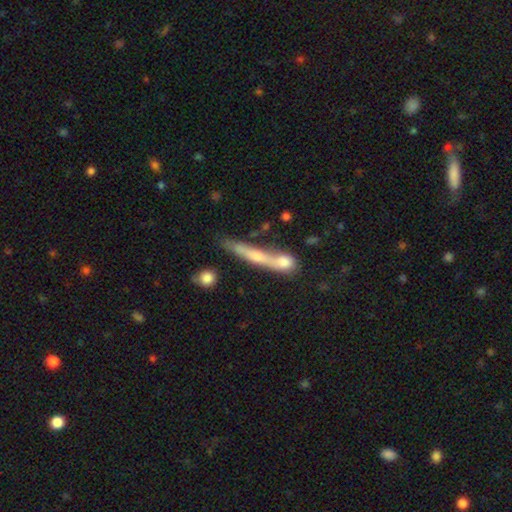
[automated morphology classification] A smooth galaxy with no disk features (56%) that is cigar-shaped (81%).

Vote fractions:
- Smooth or featured? smooth: 56% / featured or disk: 37% / star or artifact: 8%
- How rounded? cigar-shaped: 81% / in between: 12% / round: 7%
- Merging? none: 41% / merger: 37% / minor disturbance: 14% / major disturbance: 8%